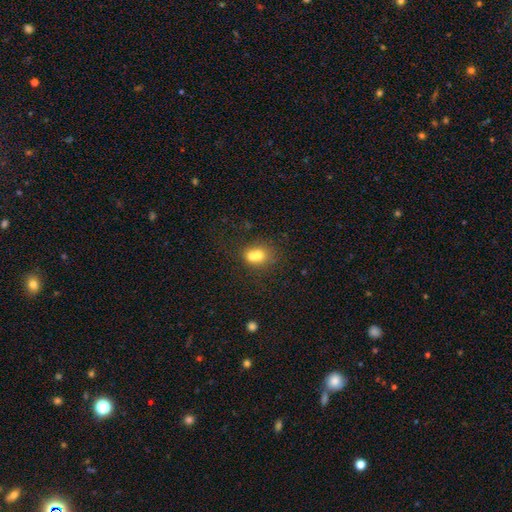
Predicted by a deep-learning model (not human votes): Smooth or featured?
  - smooth: 66% *
  - featured or disk: 22%
  - star or artifact: 12%
How rounded?
  - round: 62% *
  - in between: 37%
  - cigar-shaped: 1%
Merging?
  - merger: 61% *
  - none: 28%
  - minor disturbance: 7%
  - major disturbance: 4%